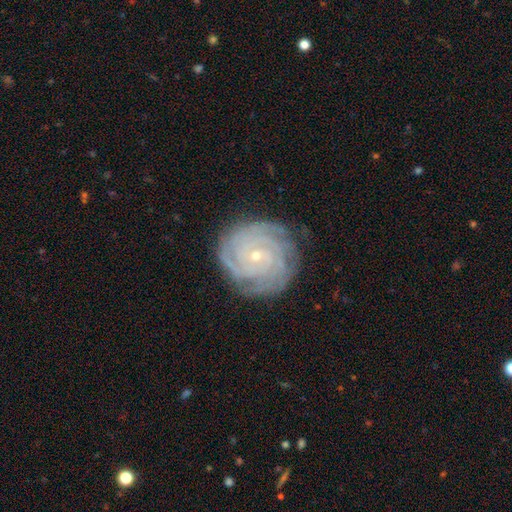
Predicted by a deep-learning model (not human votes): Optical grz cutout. It shows a featured or disk galaxy (88%) with no bar (74%), 4 (29%) tight (86%) spiral arms (98%) and a small central bulge (81%). Merging: none (83%).